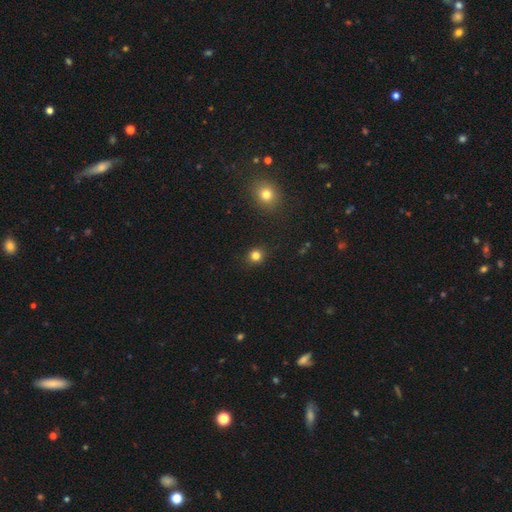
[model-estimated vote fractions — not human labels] smooth-or-featured: smooth: 81% | star or artifact: 15% | featured or disk: 4%
  how-rounded: round: 87% | in between: 12% | cigar-shaped: 1%
  merging: none: 89% | minor disturbance: 7% | major disturbance: 2% | merger: 2%